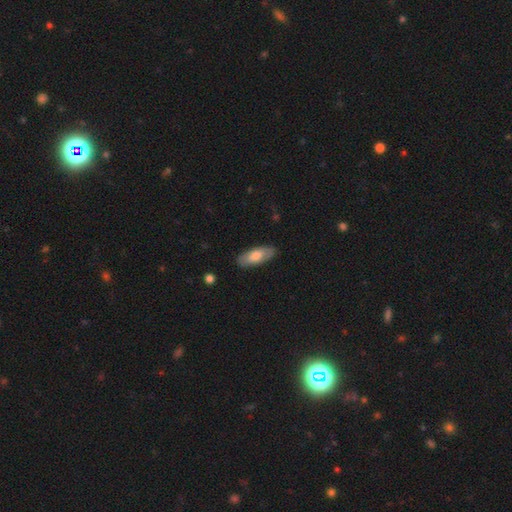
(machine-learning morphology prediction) Q: Smooth or featured?
A: smooth (66%); runner-up: featured or disk (29%)
Q: How rounded?
A: in between (79%); runner-up: cigar-shaped (19%)
Q: Merging?
A: none (86%); runner-up: minor disturbance (10%)